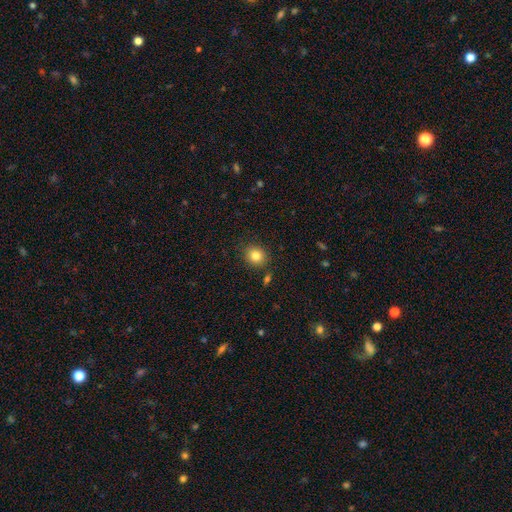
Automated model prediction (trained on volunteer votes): Smooth or featured? smooth (83%)
How rounded? round (78%)
Merging? none (85%)